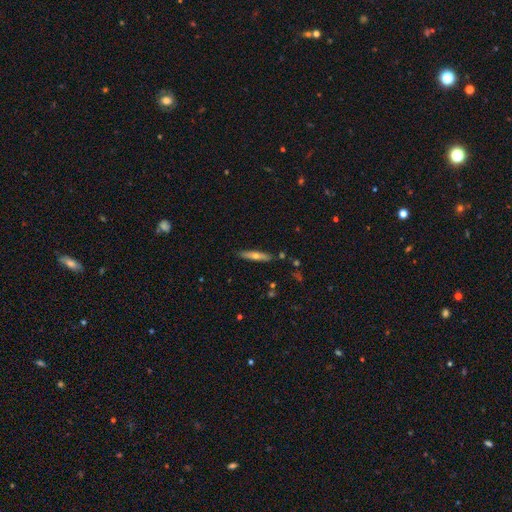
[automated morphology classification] Q: Smooth or featured?
A: featured or disk (47%); tied with: smooth (47%)
Q: Merging?
A: none (87%); runner-up: minor disturbance (9%)